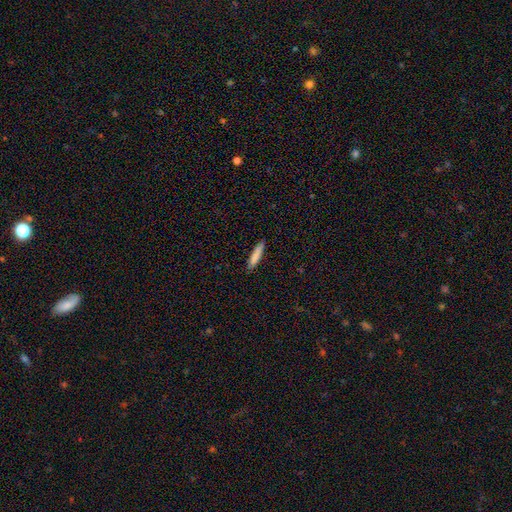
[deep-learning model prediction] Q: Smooth or featured?
A: smooth (83%); runner-up: featured or disk (11%)
Q: How rounded?
A: cigar-shaped (87%); runner-up: in between (12%)
Q: Merging?
A: none (87%); runner-up: minor disturbance (10%)